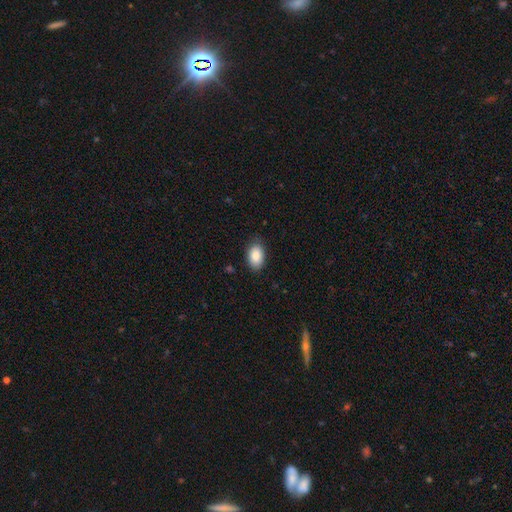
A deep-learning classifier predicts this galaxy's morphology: Smooth or featured? smooth (87%)
How rounded? in between (90%)
Merging? none (83%)